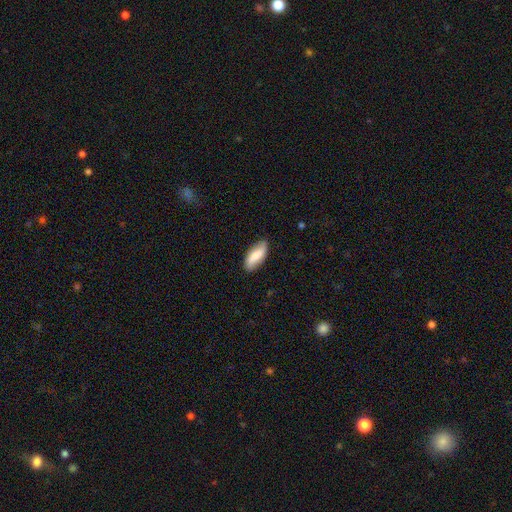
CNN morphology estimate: This is likely a smooth galaxy (67%). How rounded: likely in between (79%). Merging: clearly none (83%).